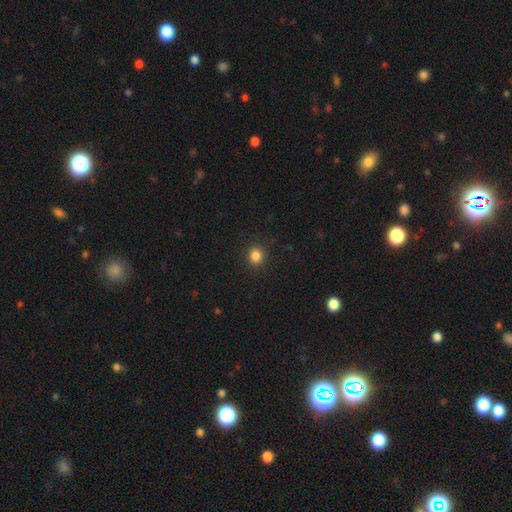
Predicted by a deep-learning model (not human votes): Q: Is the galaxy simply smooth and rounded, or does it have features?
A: smooth — 85%.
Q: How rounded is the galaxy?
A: round — 77%.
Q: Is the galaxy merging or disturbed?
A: none — 90%.